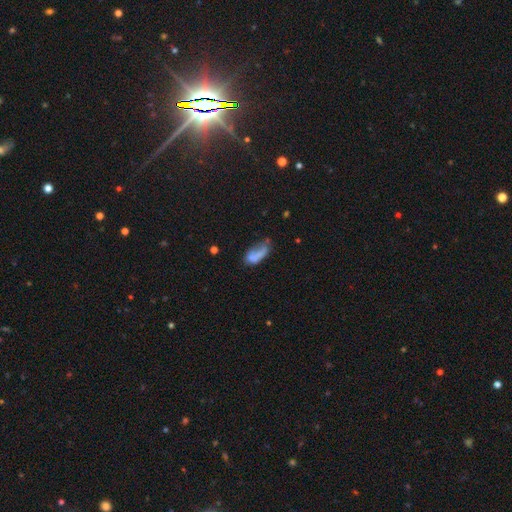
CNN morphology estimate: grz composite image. It shows a smooth galaxy with no disk features (63%) that is in between round and cigar-shaped (85%). Merging: none (31%).